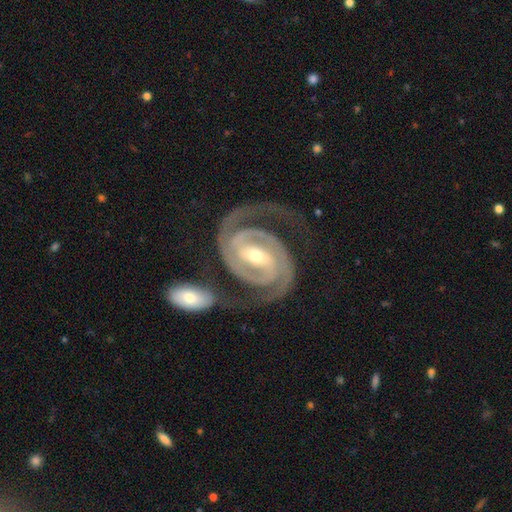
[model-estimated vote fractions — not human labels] This appears to be a featured or disk galaxy (94%) with a strong bar (50%), 2 (90%) tight (70%) spiral arms (99%) and a moderate central bulge (56%). Merging: none (65%).